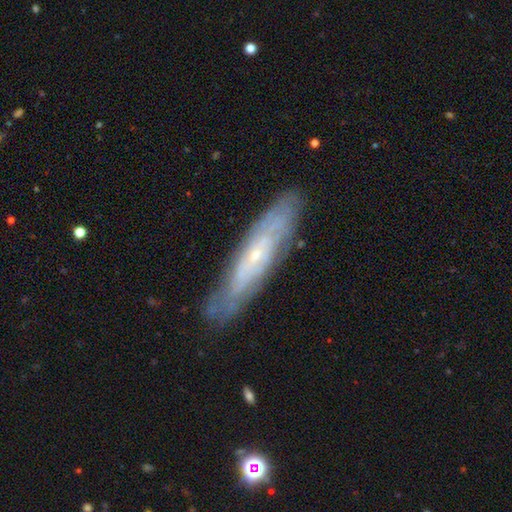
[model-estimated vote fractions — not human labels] Smooth or featured: featured or disk — 70% (smooth — 23%)
Edge-on disk: no — 56% (yes — 44%)
Merging: none — 79% (minor disturbance — 16%)